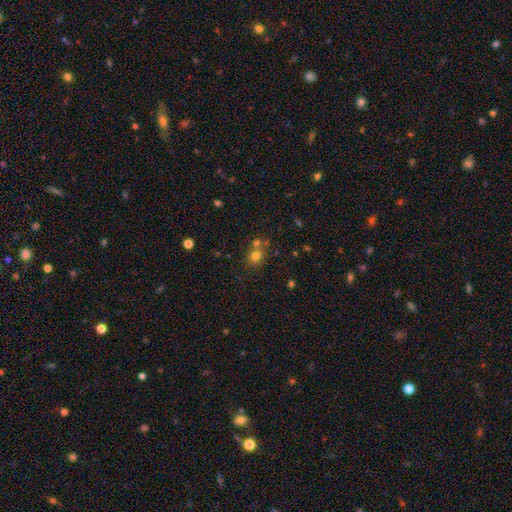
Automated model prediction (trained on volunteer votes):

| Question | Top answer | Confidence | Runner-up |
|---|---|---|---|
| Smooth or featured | smooth | 74% | star or artifact (17%) |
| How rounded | round | 70% | in between (29%) |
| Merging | none | 60% | merger (27%) |